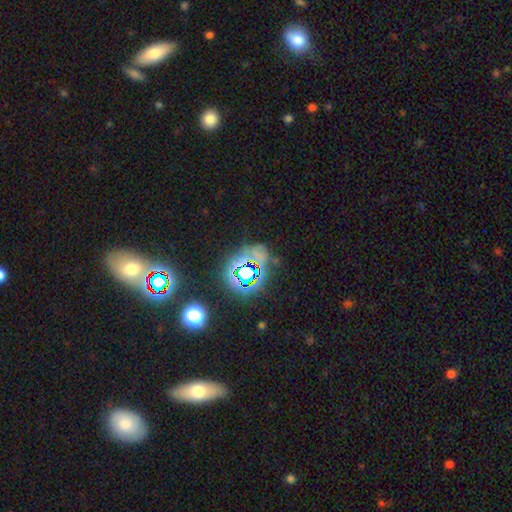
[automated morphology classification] Smooth or featured?
  - star or artifact: 66% *
  - smooth: 22%
  - featured or disk: 12%